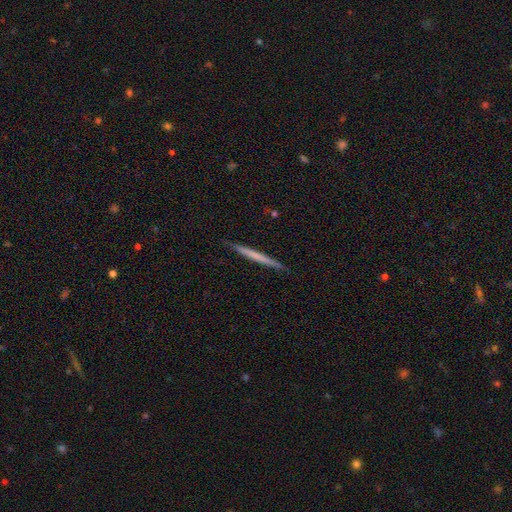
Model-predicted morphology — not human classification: A smooth galaxy with no disk features (52%) that is cigar-shaped (97%). Merging: none (92%).